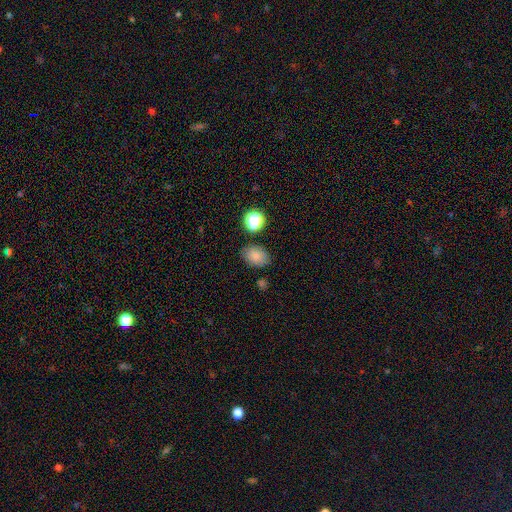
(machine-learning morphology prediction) Smooth or featured?
  - smooth: 82% *
  - star or artifact: 11%
  - featured or disk: 7%
How rounded?
  - in between: 76% *
  - round: 23%
  - cigar-shaped: 1%
Merging?
  - none: 79% *
  - minor disturbance: 14%
  - merger: 4%
  - major disturbance: 4%